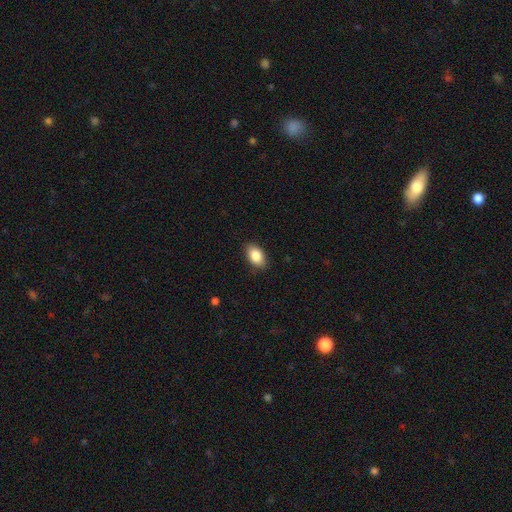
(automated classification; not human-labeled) smooth_or_featured: smooth (p=0.87) [alt: star or artifact p=0.07]
how_rounded: in between (p=0.90) [alt: round p=0.08]
merging: none (p=0.86) [alt: minor disturbance p=0.10]